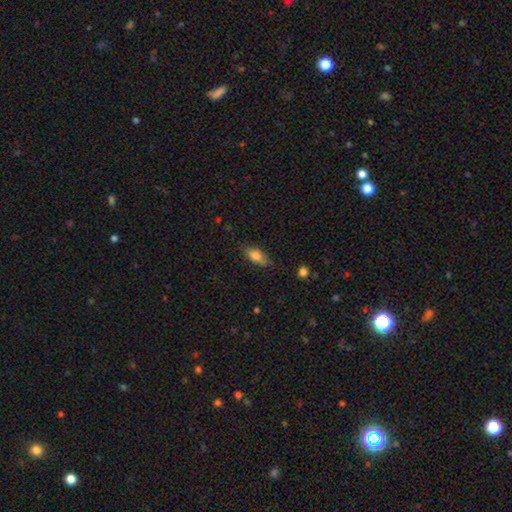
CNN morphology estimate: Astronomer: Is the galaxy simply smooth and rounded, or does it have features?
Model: smooth — 75%.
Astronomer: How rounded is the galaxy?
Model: in between — 77%.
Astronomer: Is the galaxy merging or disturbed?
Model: none — 79%.